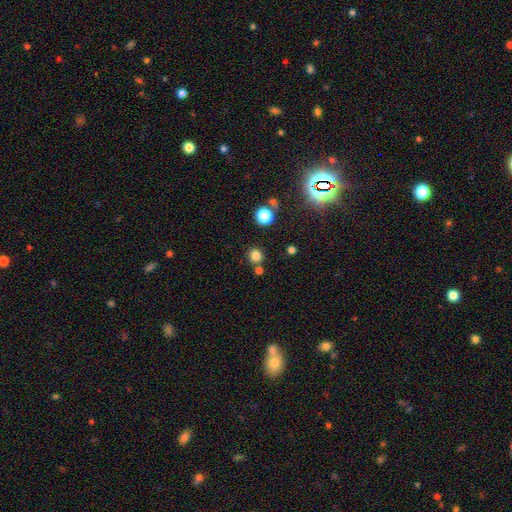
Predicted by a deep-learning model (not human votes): This is likely a smooth galaxy (79%). How rounded: clearly round (90%). Merging: likely none (79%).